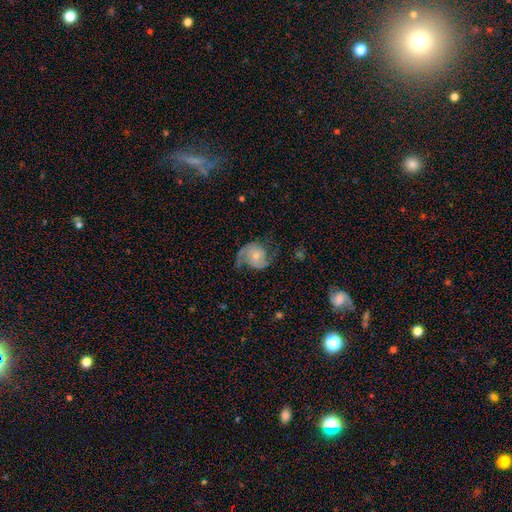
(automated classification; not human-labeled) Overall: featured or disk (80%). Edge-on disk: no (98%). Bar: no (69%). Spiral arms: yes (94%). Spiral arm count: 2 (89%). Spiral winding: medium (45%; loose 38%). Bulge size: small (54%; moderate 39%). Merging: none (63%).